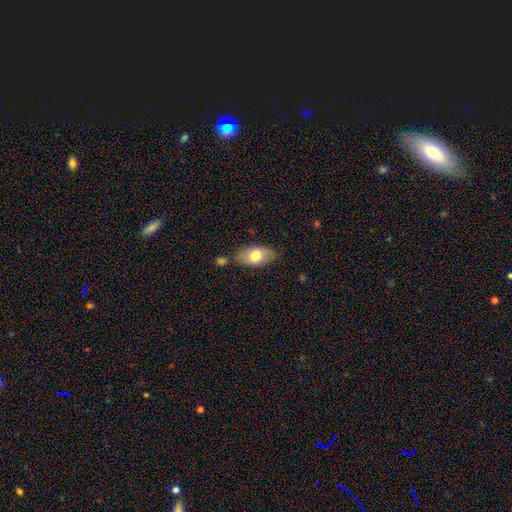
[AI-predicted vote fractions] The model was most divided on "merging": none: 71%, minor disturbance: 18%, merger: 7%, major disturbance: 4%. More confident: how rounded — in between (90%); smooth or featured — smooth (74%).